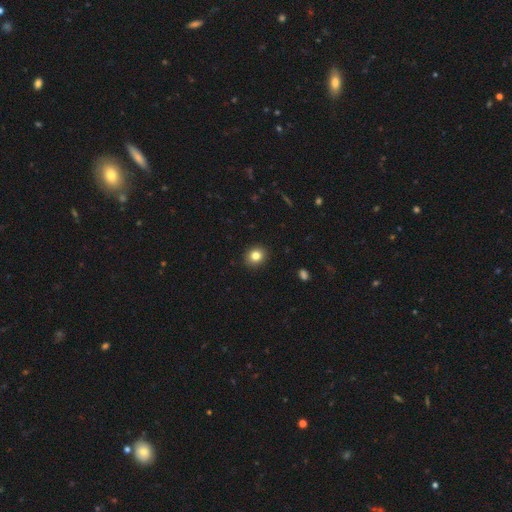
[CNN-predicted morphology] type=smooth (82%); roundness=round (75%); merging=none (92%).